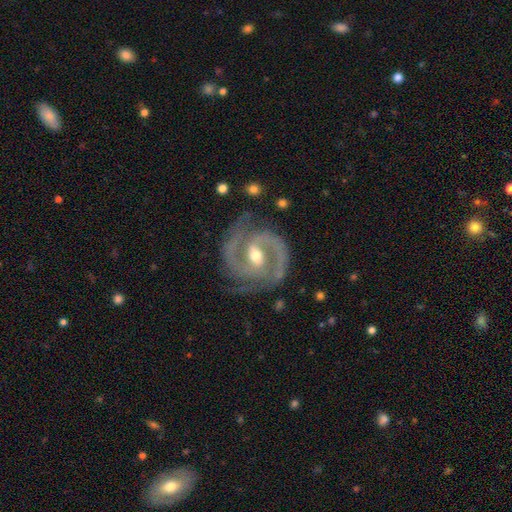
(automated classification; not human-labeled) Smooth or featured: featured or disk — 93% (star or artifact — 4%)
Edge-on disk: no — 98% (yes — 2%)
Bar: weak — 49% (strong — 31%)
Spiral arms: yes — 98% (no — 2%)
Spiral winding: medium — 53% (tight — 39%)
Spiral arm count: 2 — 89% (3 — 5%)
Bulge size: moderate — 64% (small — 31%)
Merging: none — 75% (minor disturbance — 17%)